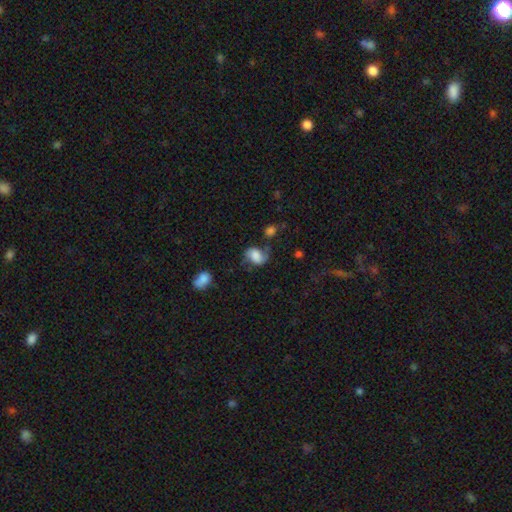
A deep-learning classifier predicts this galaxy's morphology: Q: Smooth or featured?
A: smooth (46%); runner-up: featured or disk (43%)
Q: Merging?
A: none (48%); runner-up: minor disturbance (27%)